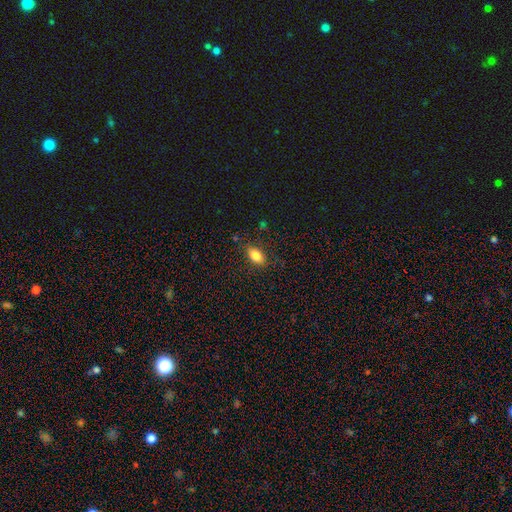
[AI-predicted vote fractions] Q: Smooth or featured?
A: smooth (81%); runner-up: featured or disk (11%)
Q: How rounded?
A: in between (88%); runner-up: cigar-shaped (7%)
Q: Merging?
A: none (83%); runner-up: minor disturbance (12%)